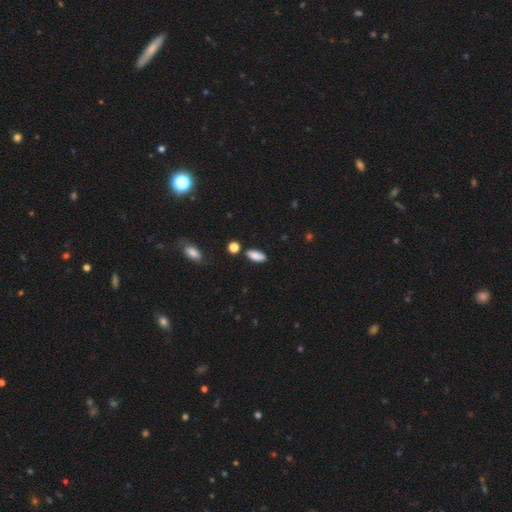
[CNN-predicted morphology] smooth_or_featured: smooth (p=0.87) [alt: star or artifact p=0.07]
how_rounded: in between (p=0.87) [alt: cigar-shaped p=0.10]
merging: none (p=0.80) [alt: minor disturbance p=0.13]